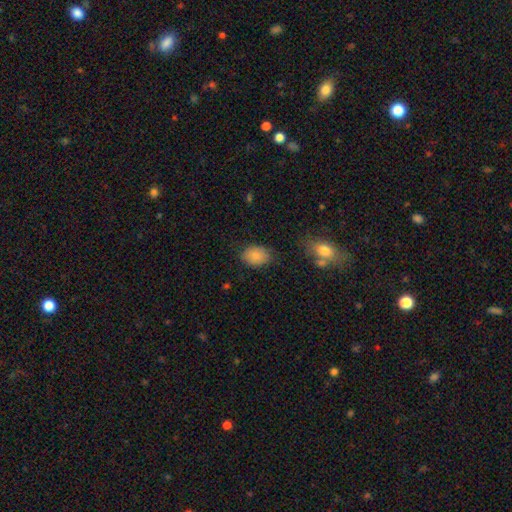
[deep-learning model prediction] A smooth galaxy with no disk features (85%) that is in between round and cigar-shaped (77%).

Vote fractions:
- Smooth or featured? smooth: 85% / star or artifact: 8% / featured or disk: 7%
- How rounded? in between: 77% / round: 22% / cigar-shaped: 1%
- Merging? none: 78% / minor disturbance: 16% / major disturbance: 4% / merger: 2%